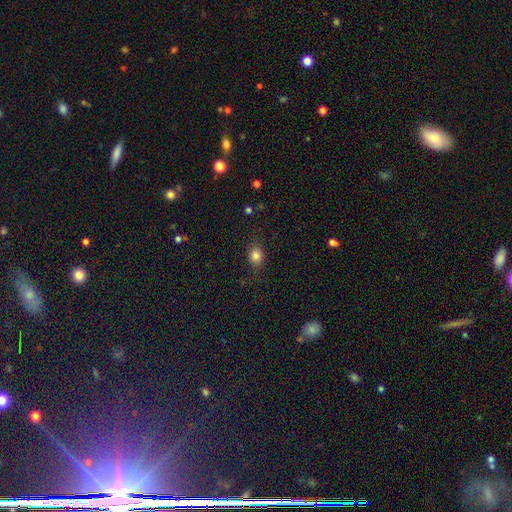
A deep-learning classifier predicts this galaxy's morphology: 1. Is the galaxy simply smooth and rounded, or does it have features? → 82% smooth, 11% star or artifact, 7% featured or disk.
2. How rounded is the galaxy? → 53% in between, 45% round, 2% cigar-shaped.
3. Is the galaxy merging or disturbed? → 78% none, 15% minor disturbance, 5% major disturbance, 1% merger.